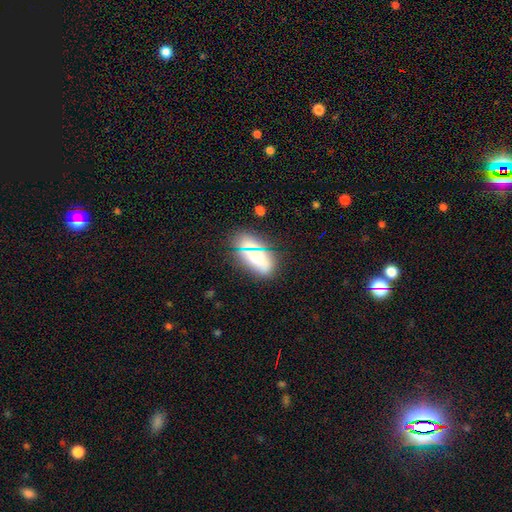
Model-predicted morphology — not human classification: The model was most divided on "smooth or featured": smooth: 70%, star or artifact: 17%, featured or disk: 13%. More confident: how rounded — in between (82%); merging — none (75%).